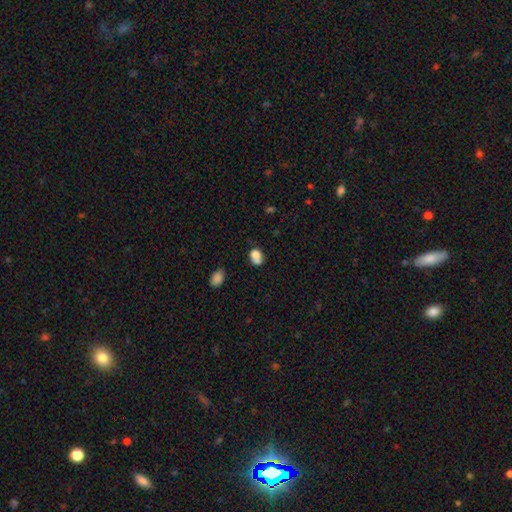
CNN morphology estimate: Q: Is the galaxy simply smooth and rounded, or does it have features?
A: smooth — 78%.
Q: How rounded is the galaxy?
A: in between — 56%.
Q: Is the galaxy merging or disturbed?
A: none — 40%.